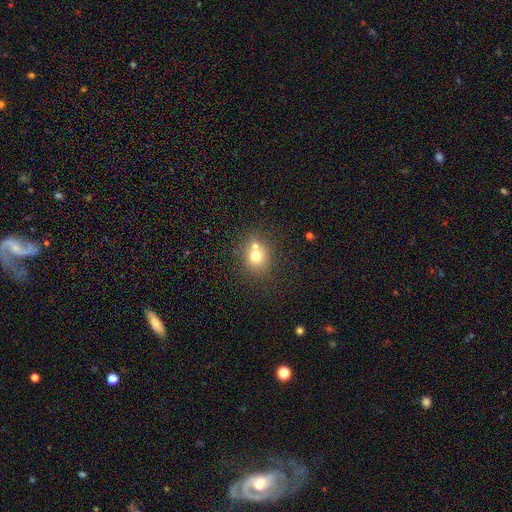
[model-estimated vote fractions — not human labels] Smooth or featured?
  - smooth: 70% *
  - featured or disk: 17%
  - star or artifact: 13%
How rounded?
  - round: 76% *
  - in between: 23%
  - cigar-shaped: 1%
Merging?
  - none: 49% *
  - merger: 40%
  - minor disturbance: 9%
  - major disturbance: 3%